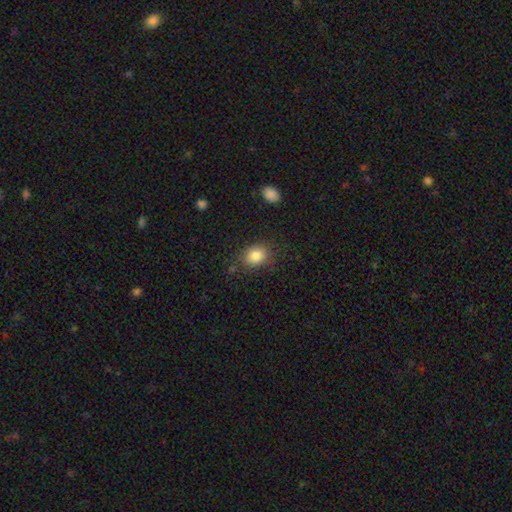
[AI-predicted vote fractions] This appears to be a smooth galaxy with no disk features (84%) that is round (53%). Merging: none (81%).